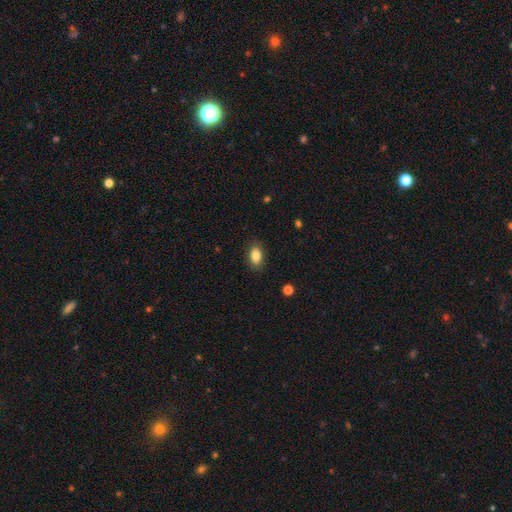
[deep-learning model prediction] Smooth or featured? Predicted: smooth (p=0.84). How rounded? Predicted: in between (p=0.88). Merging? Predicted: none (p=0.87).